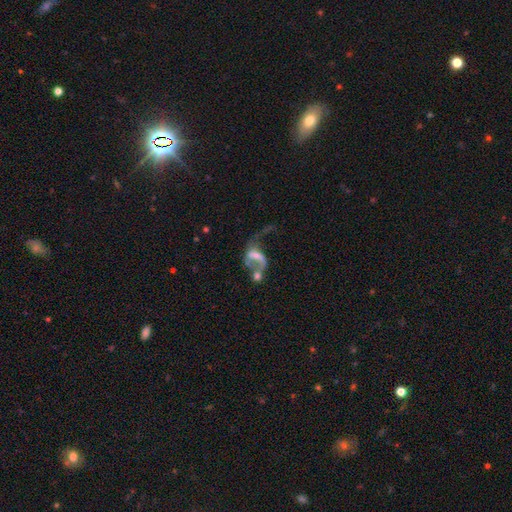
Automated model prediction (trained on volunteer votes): A featured or disk galaxy (65%) with no bar (44%), spiral arms (63%) and a small central bulge (33%).

Vote fractions:
- Smooth or featured? featured or disk: 65% / smooth: 24% / star or artifact: 11%
- Edge-on disk? no: 97% / yes: 3%
- Bar? no: 44% / weak: 36% / strong: 20%
- Spiral arms? yes: 63% / no: 37%
- Bulge size? small: 33% / none: 30% / moderate: 28% / large: 7% / dominant: 2%
- Merging? merger: 38% / major disturbance: 34% / none: 18% / minor disturbance: 10%